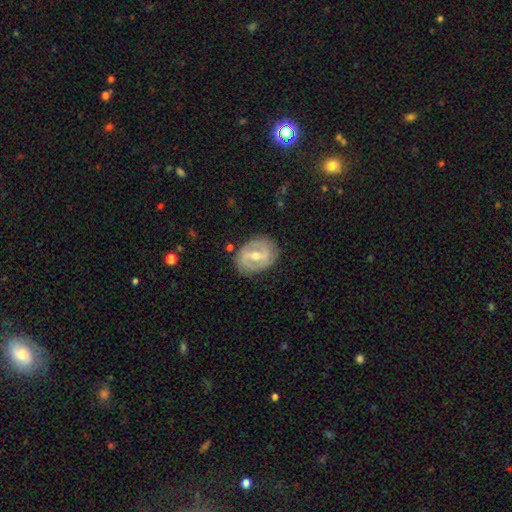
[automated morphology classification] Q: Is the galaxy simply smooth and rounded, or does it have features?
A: featured or disk — 73%.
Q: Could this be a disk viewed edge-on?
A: no — 95%.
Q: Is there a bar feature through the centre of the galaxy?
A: weak — 44%.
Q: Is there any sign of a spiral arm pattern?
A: yes — 67%.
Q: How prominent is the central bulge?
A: moderate — 62%.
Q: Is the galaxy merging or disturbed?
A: none — 82%.